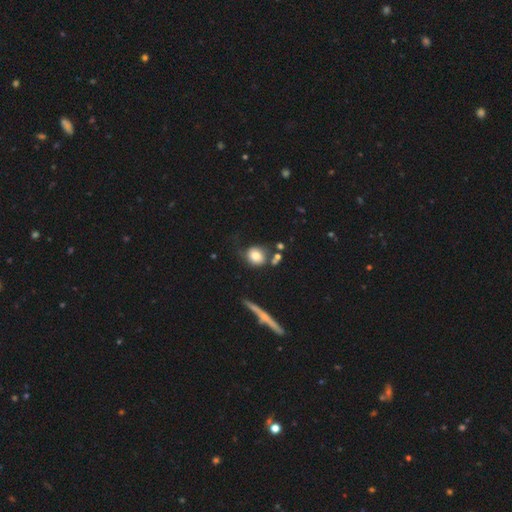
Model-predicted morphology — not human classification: Smooth or featured? Predicted: smooth (p=0.76). How rounded? Predicted: round (p=0.77). Merging? Predicted: none (p=0.54).